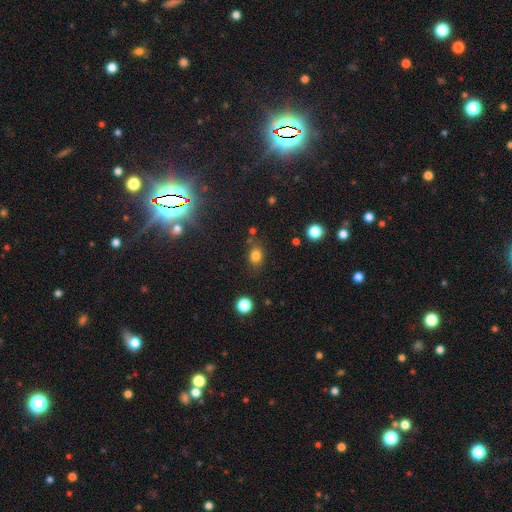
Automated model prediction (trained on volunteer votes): Smooth or featured: smooth — 80% (star or artifact — 14%)
How rounded: in between — 51% (round — 48%)
Merging: none — 76% (minor disturbance — 14%)